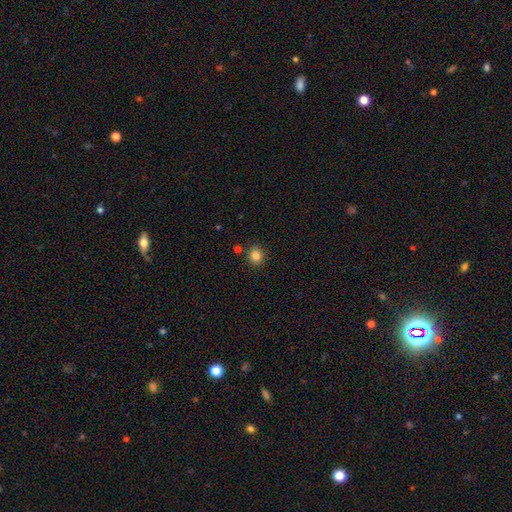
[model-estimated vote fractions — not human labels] The model was most divided on "how rounded": round: 81%, in between: 18%, cigar-shaped: 1%. More confident: merging — none (85%); smooth or featured — smooth (84%).